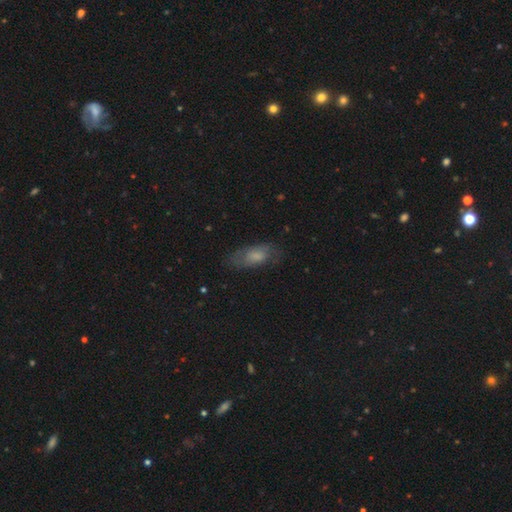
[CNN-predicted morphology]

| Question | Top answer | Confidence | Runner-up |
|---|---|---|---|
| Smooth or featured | smooth | 66% | featured or disk (26%) |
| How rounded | in between | 83% | cigar-shaped (14%) |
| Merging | none | 68% | minor disturbance (21%) |